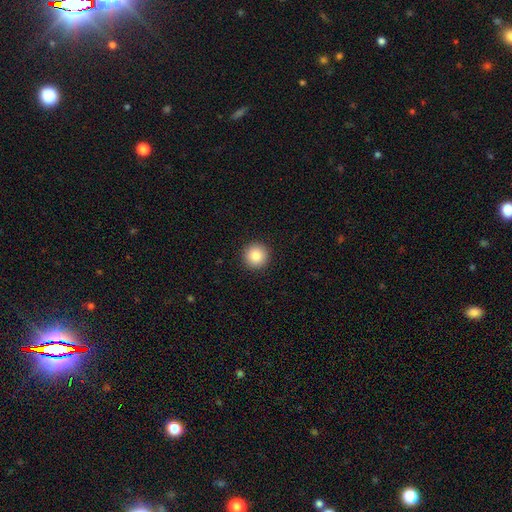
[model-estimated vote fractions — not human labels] Q: Smooth or featured?
A: smooth (86%); runner-up: star or artifact (9%)
Q: How rounded?
A: round (96%); runner-up: in between (3%)
Q: Merging?
A: none (93%); runner-up: minor disturbance (4%)